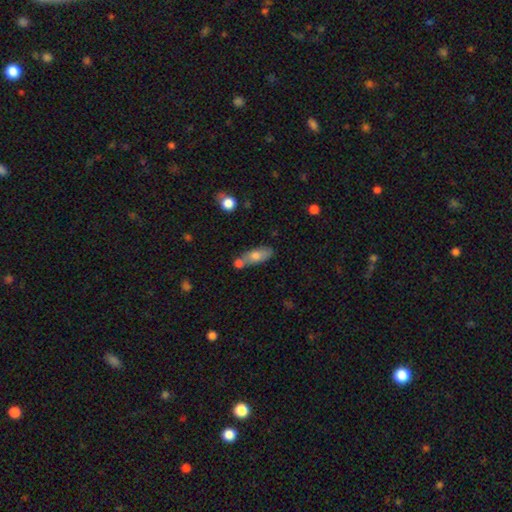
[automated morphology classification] Overall: smooth (70%). How rounded: in between (65%; cigar-shaped 31%). Merging: none (48%; merger 32%).